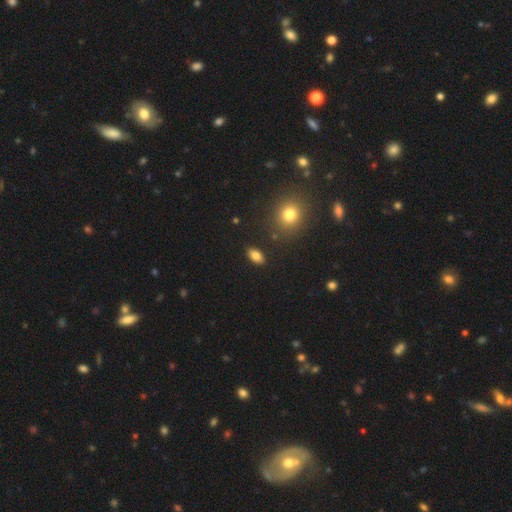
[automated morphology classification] Overall: smooth (83%). How rounded: in between (90%). Merging: none (87%).